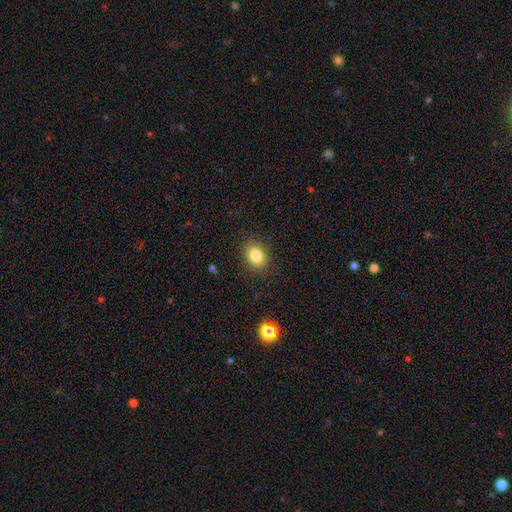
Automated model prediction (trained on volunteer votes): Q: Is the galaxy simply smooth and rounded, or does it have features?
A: smooth — 83%.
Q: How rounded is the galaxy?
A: in between — 65%.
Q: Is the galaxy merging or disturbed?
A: none — 87%.